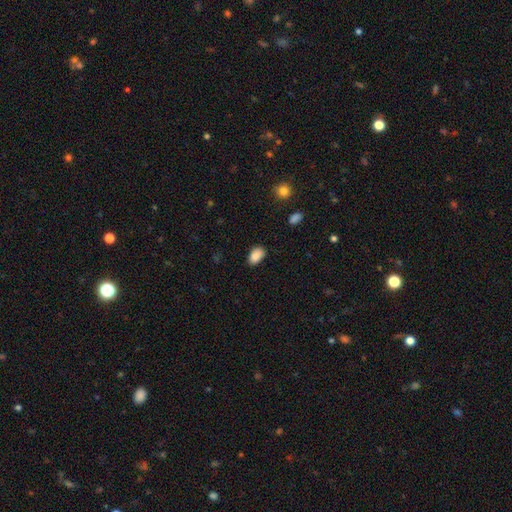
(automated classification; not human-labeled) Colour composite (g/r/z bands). It shows a smooth galaxy with no disk features (89%) that is in between round and cigar-shaped (91%). Merging: none (81%).